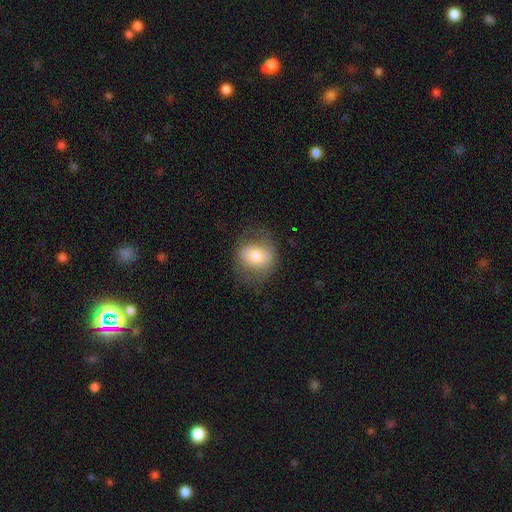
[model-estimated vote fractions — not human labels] Smooth or featured? Predicted: smooth (p=0.68). How rounded? Predicted: round (p=0.63). Merging? Predicted: none (p=0.67).